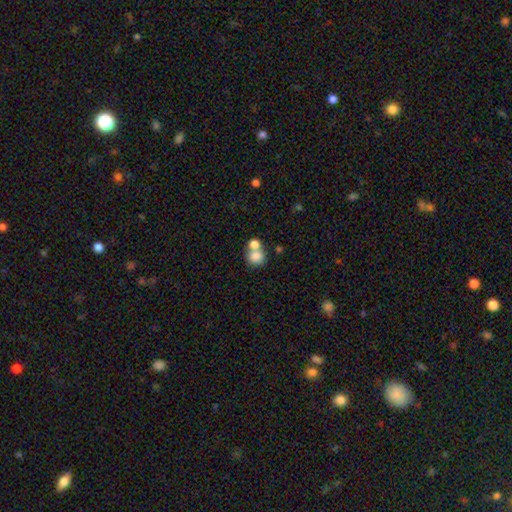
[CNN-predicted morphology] Overall: smooth (80%). How rounded: round (80%). Merging: merger (48%; none 41%).